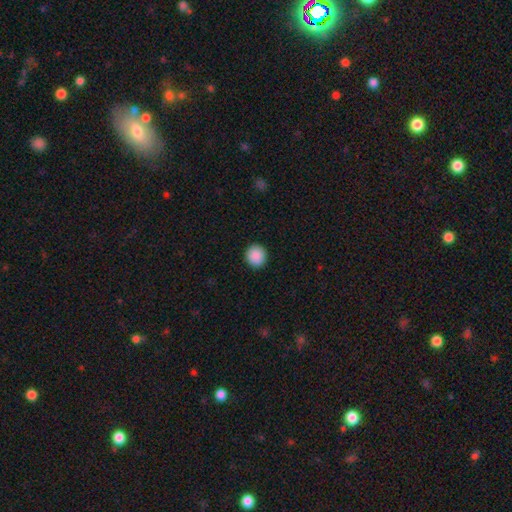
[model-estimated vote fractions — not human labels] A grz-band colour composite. It shows a smooth galaxy with no disk features (89%) that is round (90%). Merging: none (92%).